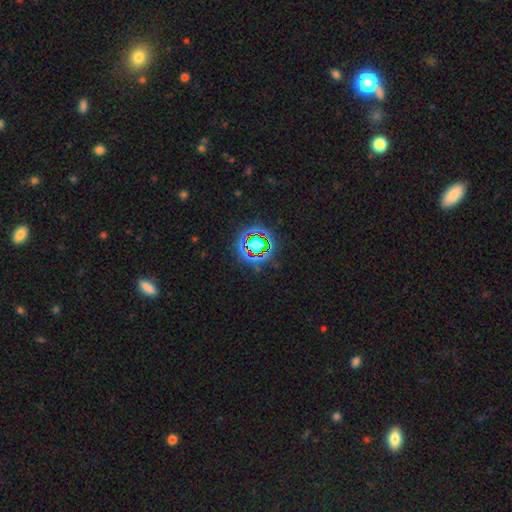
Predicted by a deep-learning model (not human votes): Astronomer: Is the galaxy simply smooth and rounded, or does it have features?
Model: star or artifact — 74%.